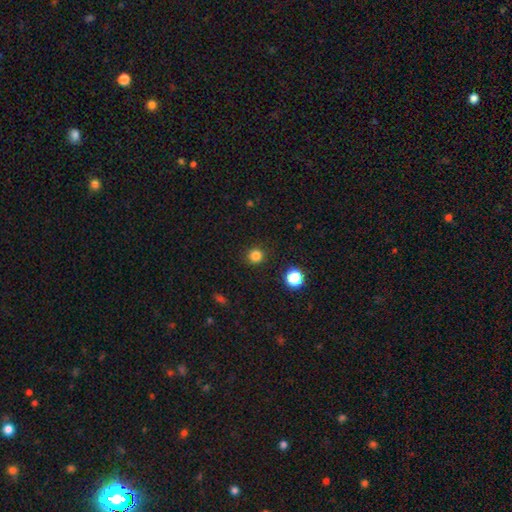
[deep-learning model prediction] smooth-or-featured: smooth: 83% | star or artifact: 14% | featured or disk: 4%
  how-rounded: round: 92% | in between: 7% | cigar-shaped: 1%
  merging: none: 89% | minor disturbance: 7% | major disturbance: 2% | merger: 1%